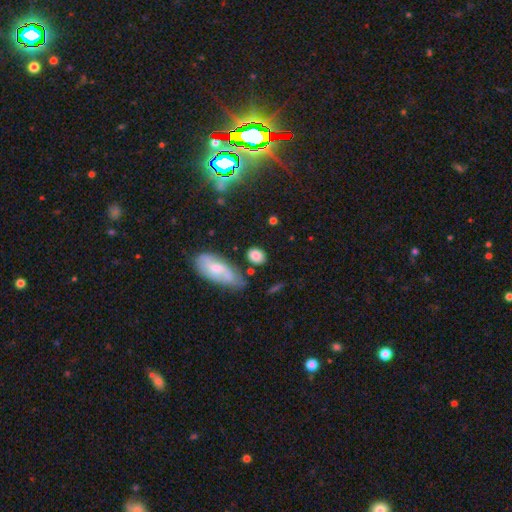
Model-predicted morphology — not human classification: A smooth galaxy with no disk features (80%) that is in between round and cigar-shaped (52%).

Vote fractions:
- Smooth or featured? smooth: 80% / featured or disk: 11% / star or artifact: 9%
- How rounded? in between: 52% / round: 45% / cigar-shaped: 4%
- Merging? none: 69% / minor disturbance: 18% / merger: 7% / major disturbance: 6%